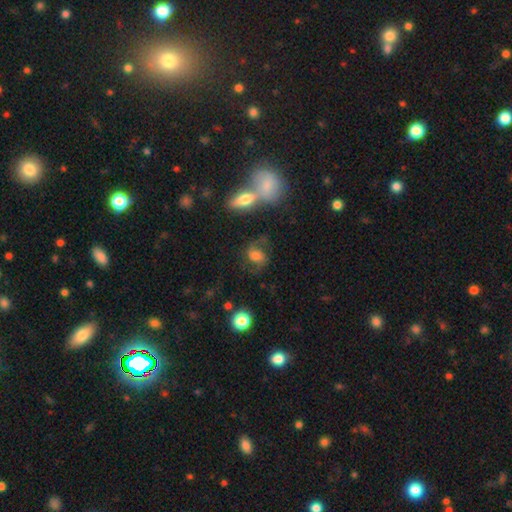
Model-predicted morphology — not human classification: smooth_or_featured: featured or disk (p=0.65) [alt: smooth p=0.24]
disk_edge_on: no (p=0.96) [alt: yes p=0.04]
bar: no (p=0.47) [alt: weak p=0.40]
has_spiral_arms: yes (p=0.92) [alt: no p=0.08]
spiral_winding: loose (p=0.45) [alt: medium p=0.44]
spiral_arm_count: 2 (p=0.91) [alt: can't tell p=0.04]
bulge_size: moderate (p=0.44) [alt: small p=0.21]
merging: none (p=0.63) [alt: minor disturbance p=0.18]